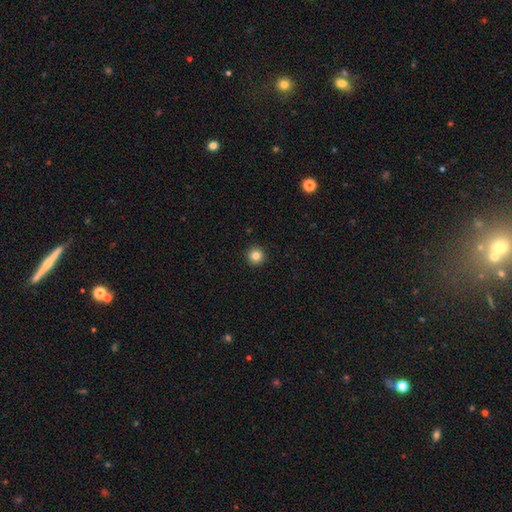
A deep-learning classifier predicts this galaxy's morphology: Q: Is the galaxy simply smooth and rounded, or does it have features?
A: smooth — 83%.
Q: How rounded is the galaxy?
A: round — 96%.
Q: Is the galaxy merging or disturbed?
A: none — 94%.